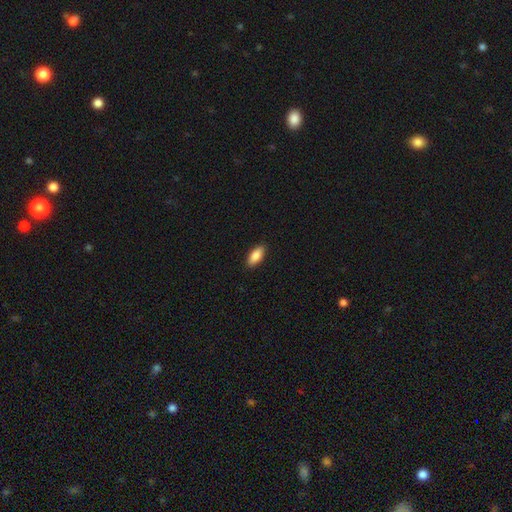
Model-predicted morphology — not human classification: A smooth galaxy with no disk features (88%) that is in between round and cigar-shaped (84%). Merging: none (90%).